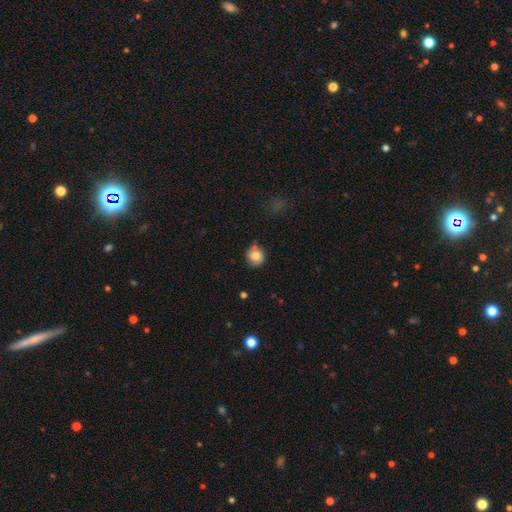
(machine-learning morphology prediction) The model was most divided on "merging": none: 67%, minor disturbance: 19%, merger: 9%, major disturbance: 5%. More confident: how rounded — round (87%); smooth or featured — smooth (79%).